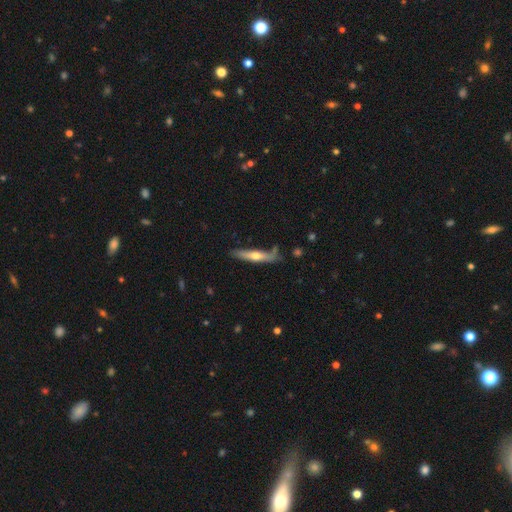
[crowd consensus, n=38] Smooth or featured? 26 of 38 (68%) said featured or disk. Edge-on disk? 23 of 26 (88%) said yes. Edge-on bulge? 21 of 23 (91%) said rounded. Merging? 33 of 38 (87%) said none.